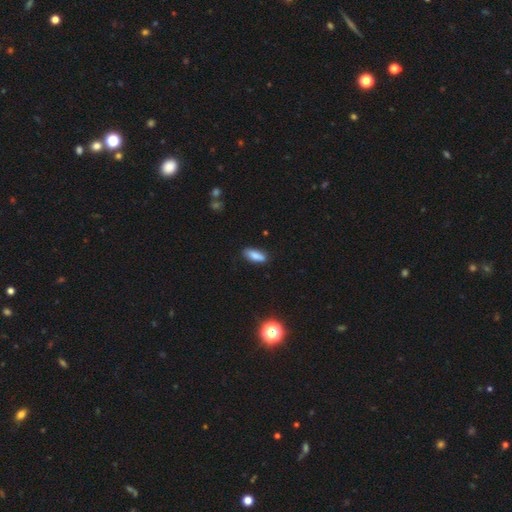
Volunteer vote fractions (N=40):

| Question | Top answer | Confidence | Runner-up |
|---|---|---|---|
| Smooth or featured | smooth | 90% | featured or disk (10%) |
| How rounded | in between | 64% | cigar-shaped (36%) |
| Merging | none | 82% | minor disturbance (12%) |